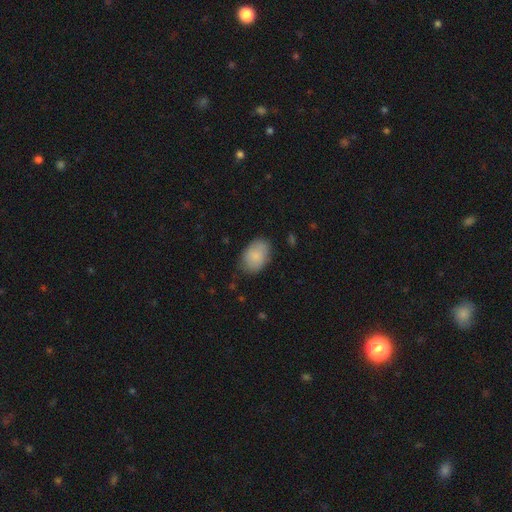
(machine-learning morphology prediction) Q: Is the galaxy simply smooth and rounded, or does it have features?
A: smooth — 85%.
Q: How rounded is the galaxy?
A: in between — 86%.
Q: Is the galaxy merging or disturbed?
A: none — 77%.